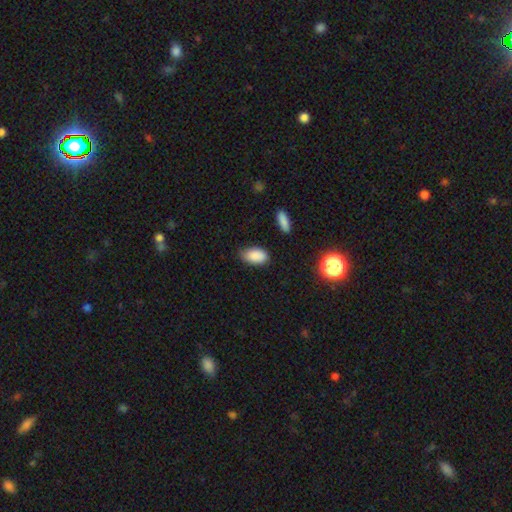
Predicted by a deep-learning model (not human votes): smooth_or_featured: smooth (p=0.87) [alt: star or artifact p=0.08]
how_rounded: in between (p=0.93) [alt: round p=0.05]
merging: none (p=0.74) [alt: minor disturbance p=0.21]